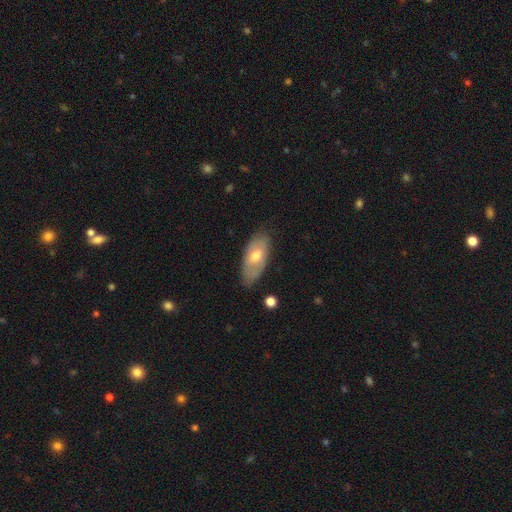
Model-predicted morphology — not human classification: A smooth galaxy with no disk features (54%) that is in between round and cigar-shaped (88%).

Vote fractions:
- Smooth or featured? smooth: 54% / featured or disk: 40% / star or artifact: 6%
- How rounded? in between: 88% / cigar-shaped: 9% / round: 3%
- Merging? none: 74% / minor disturbance: 20% / major disturbance: 4% / merger: 2%